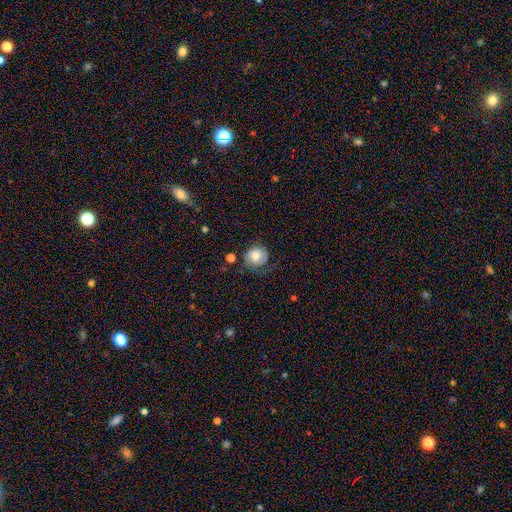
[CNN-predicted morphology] Smooth or featured? smooth (66%)
How rounded? round (82%)
Merging? none (52%)